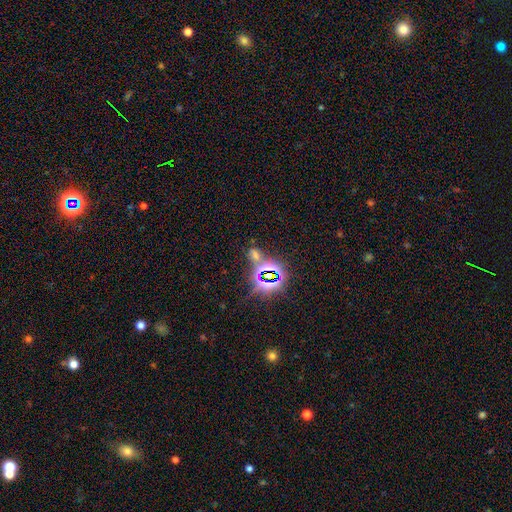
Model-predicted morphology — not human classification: A star or artifact, not a galaxy (65%).